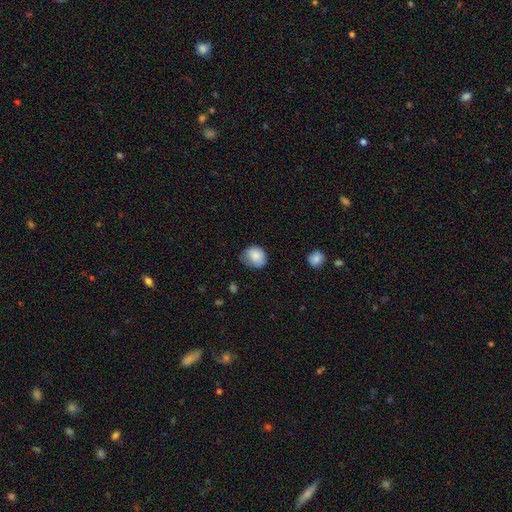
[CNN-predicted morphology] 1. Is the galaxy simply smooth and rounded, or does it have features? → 83% smooth, 9% featured or disk, 8% star or artifact.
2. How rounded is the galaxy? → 64% round, 35% in between, 1% cigar-shaped.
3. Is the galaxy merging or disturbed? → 53% none, 36% minor disturbance, 9% major disturbance, 1% merger.